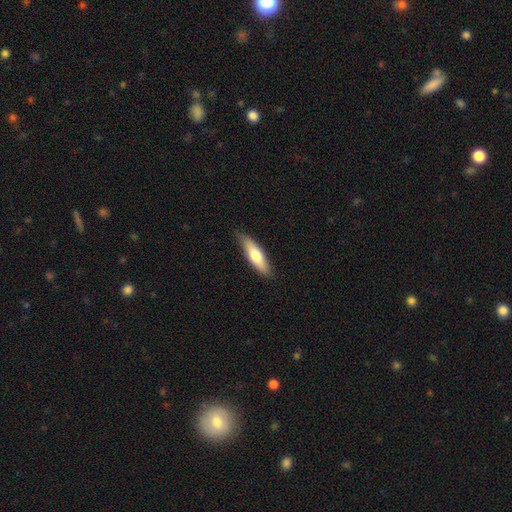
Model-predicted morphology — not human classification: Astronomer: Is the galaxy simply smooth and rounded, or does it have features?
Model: smooth — 67%.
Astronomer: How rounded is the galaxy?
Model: cigar-shaped — 60% (runner-up: in between, 38%).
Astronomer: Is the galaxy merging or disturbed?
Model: none — 81%.